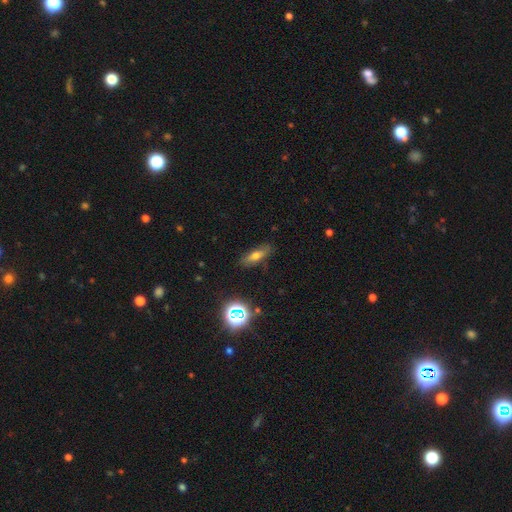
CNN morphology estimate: Smooth or featured? Predicted: smooth (p=0.61). How rounded? Predicted: in between (p=0.54). Merging? Predicted: none (p=0.81).